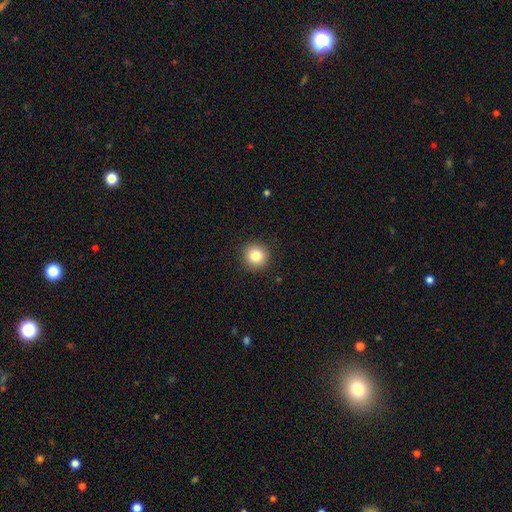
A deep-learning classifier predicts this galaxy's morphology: Q: Smooth or featured?
A: smooth (84%); runner-up: star or artifact (10%)
Q: How rounded?
A: round (93%); runner-up: in between (6%)
Q: Merging?
A: none (91%); runner-up: minor disturbance (6%)